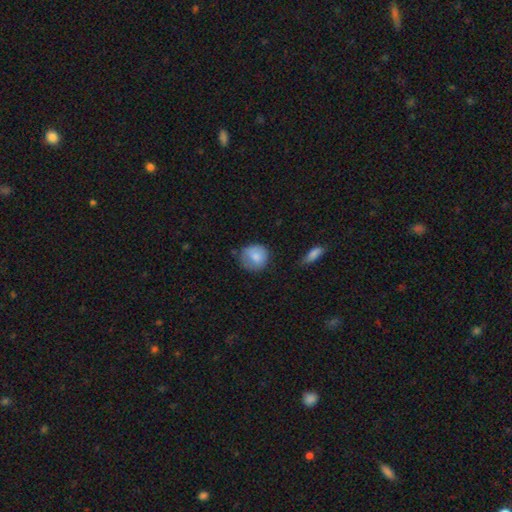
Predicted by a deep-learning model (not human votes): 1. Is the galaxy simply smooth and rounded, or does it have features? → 80% smooth, 13% featured or disk, 7% star or artifact.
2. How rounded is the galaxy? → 84% round, 15% in between, 1% cigar-shaped.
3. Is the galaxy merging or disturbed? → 61% none, 28% minor disturbance, 8% major disturbance, 3% merger.